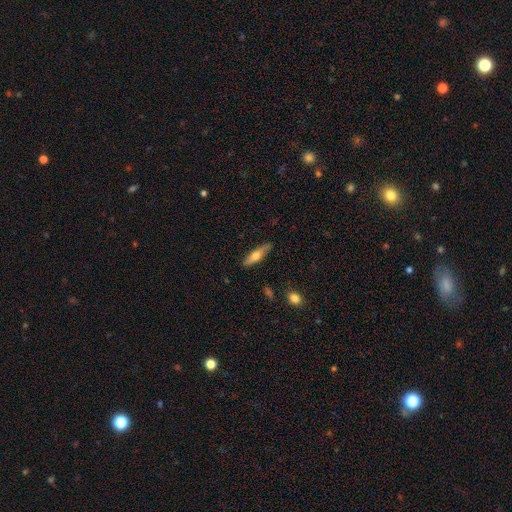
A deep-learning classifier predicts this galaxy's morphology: Smooth or featured?
  - smooth: 50% *
  - featured or disk: 44%
  - star or artifact: 6%
How rounded?
  - cigar-shaped: 69% *
  - in between: 29%
  - round: 2%
Merging?
  - none: 87% *
  - minor disturbance: 10%
  - major disturbance: 2%
  - merger: 1%